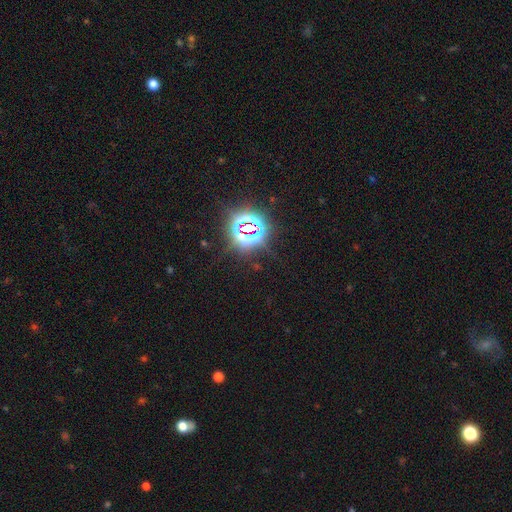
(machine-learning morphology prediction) The model was most divided on "smooth or featured": star or artifact: 85%, smooth: 10%, featured or disk: 5%.